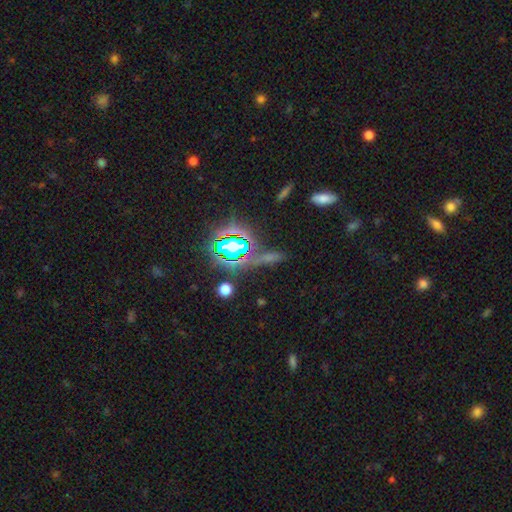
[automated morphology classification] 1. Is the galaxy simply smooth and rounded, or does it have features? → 77% star or artifact, 14% smooth, 9% featured or disk.